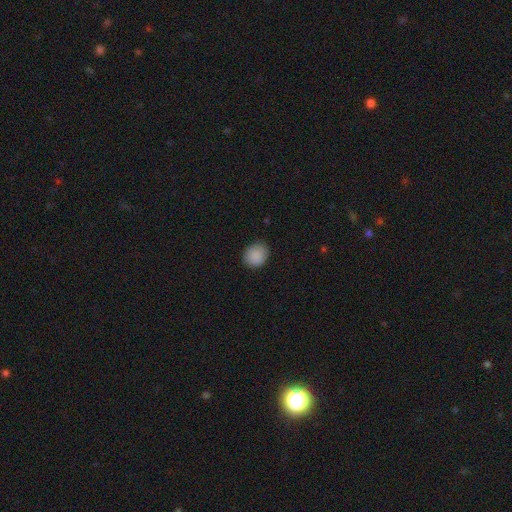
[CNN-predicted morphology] smooth-or-featured: smooth: 89% | star or artifact: 8% | featured or disk: 3%
  how-rounded: round: 64% | in between: 35% | cigar-shaped: 1%
  merging: none: 84% | minor disturbance: 13% | major disturbance: 2% | merger: 1%